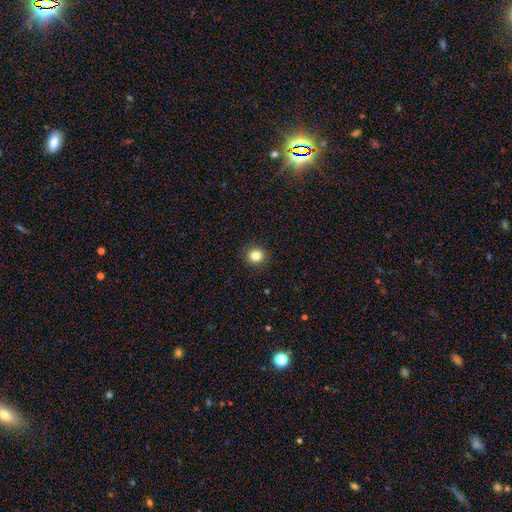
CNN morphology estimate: Smooth or featured? smooth (83%)
How rounded? round (92%)
Merging? none (92%)